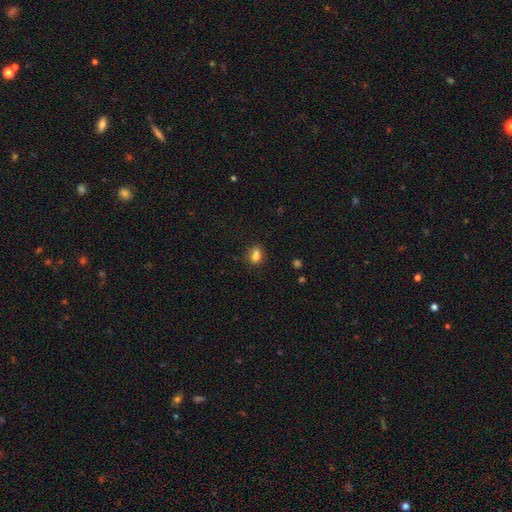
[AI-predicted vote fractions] Smooth or featured? Predicted: smooth (p=0.77). How rounded? Predicted: in between (p=0.51). Merging? Predicted: none (p=0.54).